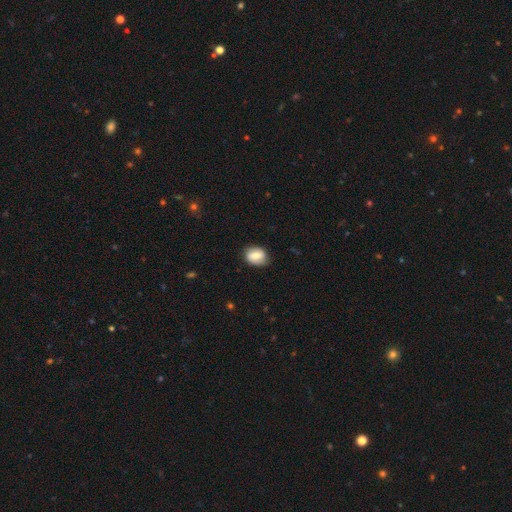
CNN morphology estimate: This is likely a smooth galaxy (71%). How rounded: likely in between (65%). Merging: clearly none (81%).